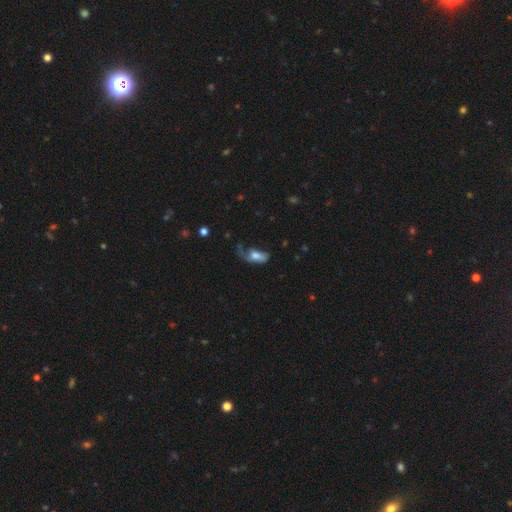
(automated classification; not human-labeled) smooth_or_featured: smooth (p=0.59) [alt: featured or disk p=0.32]
how_rounded: in between (p=0.85) [alt: cigar-shaped p=0.09]
merging: major disturbance (p=0.44) [alt: minor disturbance p=0.26]